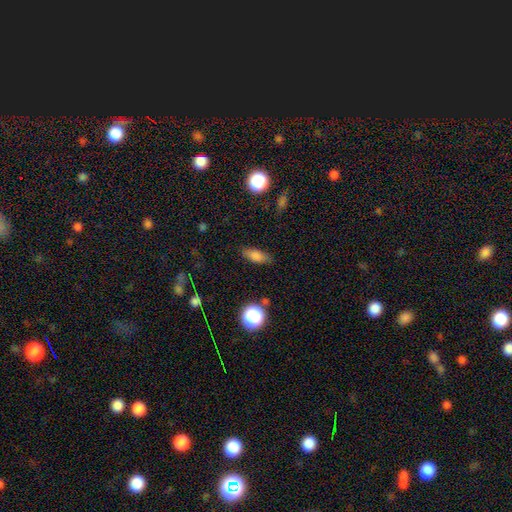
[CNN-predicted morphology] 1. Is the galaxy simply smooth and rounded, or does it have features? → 80% smooth, 11% star or artifact, 10% featured or disk.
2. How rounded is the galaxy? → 72% in between, 22% cigar-shaped, 6% round.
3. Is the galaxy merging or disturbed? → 82% none, 13% minor disturbance, 3% major disturbance, 2% merger.